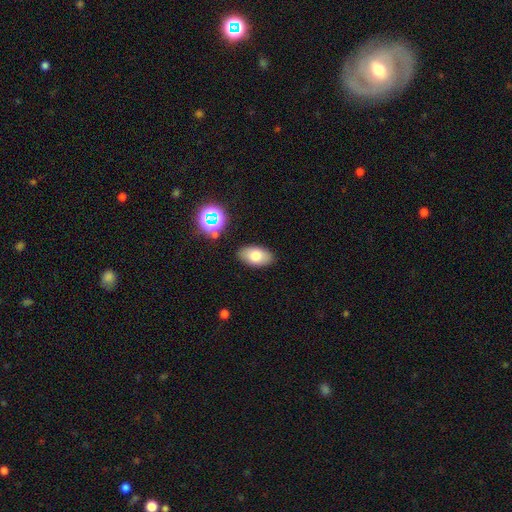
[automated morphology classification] smooth_or_featured: smooth (p=0.78) [alt: featured or disk p=0.12]
how_rounded: in between (p=0.93) [alt: round p=0.06]
merging: none (p=0.85) [alt: minor disturbance p=0.10]